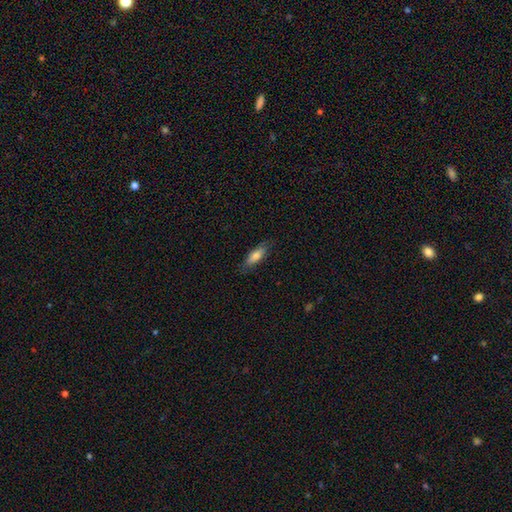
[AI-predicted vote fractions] Q: Smooth or featured?
A: smooth (77%); runner-up: featured or disk (17%)
Q: How rounded?
A: in between (60%); runner-up: cigar-shaped (38%)
Q: Merging?
A: none (80%); runner-up: minor disturbance (16%)